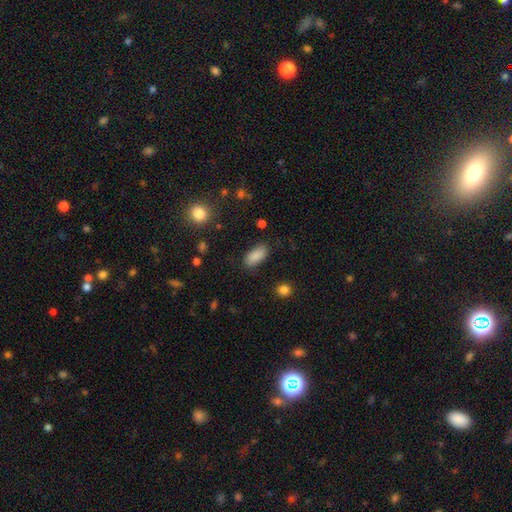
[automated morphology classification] type=smooth (88%); roundness=in between (90%); merging=none (84%).